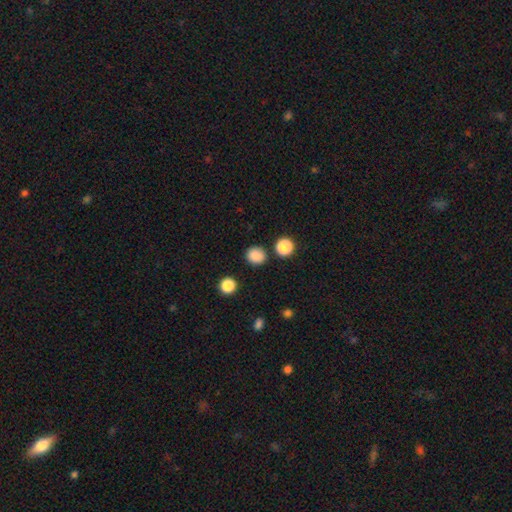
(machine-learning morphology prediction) Smooth or featured? smooth (85%)
How rounded? round (82%)
Merging? none (86%)